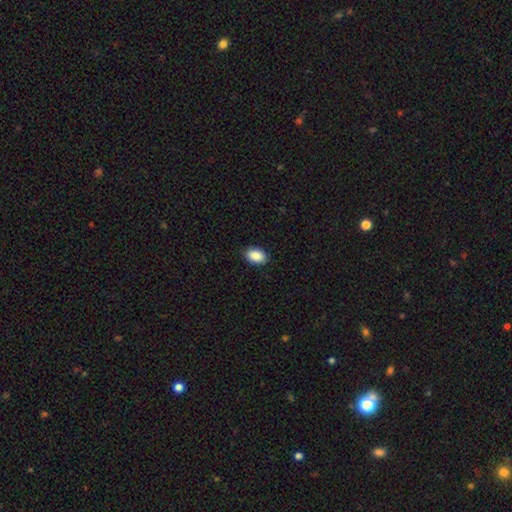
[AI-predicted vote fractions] Smooth or featured?
  - smooth: 90% *
  - star or artifact: 7%
  - featured or disk: 3%
How rounded?
  - in between: 89% *
  - round: 10%
  - cigar-shaped: 1%
Merging?
  - none: 90% *
  - minor disturbance: 7%
  - major disturbance: 2%
  - merger: 1%